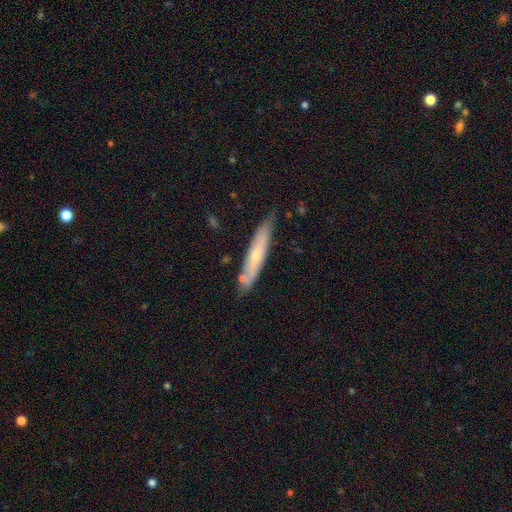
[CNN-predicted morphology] Q: Smooth or featured?
A: featured or disk (49%); runner-up: smooth (45%)
Q: Merging?
A: none (75%); runner-up: minor disturbance (17%)